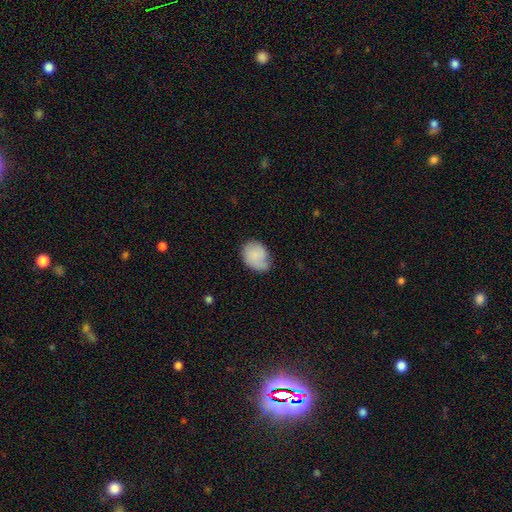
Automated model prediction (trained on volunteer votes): Morphology: type=smooth (81%); roundness=in between (61%); merging=none (50%).